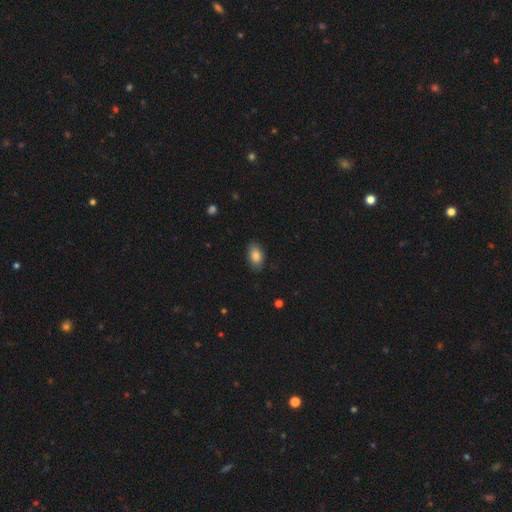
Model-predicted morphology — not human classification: type=smooth (85%); roundness=in between (90%); merging=none (85%).